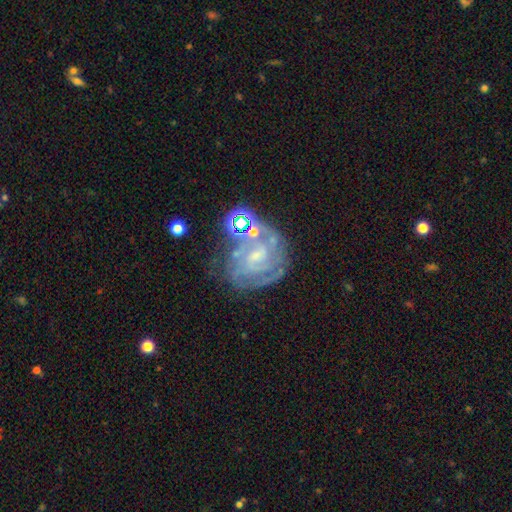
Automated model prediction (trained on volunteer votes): Q: Smooth or featured?
A: featured or disk (77%); runner-up: smooth (12%)
Q: Edge-on disk?
A: no (97%); runner-up: yes (3%)
Q: Bar?
A: no (44%); runner-up: weak (43%)
Q: Spiral arms?
A: yes (85%); runner-up: no (15%)
Q: Spiral winding?
A: tight (60%); runner-up: medium (31%)
Q: Spiral arm count?
A: can't tell (41%); runner-up: 2 (20%)
Q: Bulge size?
A: small (54%); runner-up: none (22%)
Q: Merging?
A: none (55%); runner-up: minor disturbance (20%)